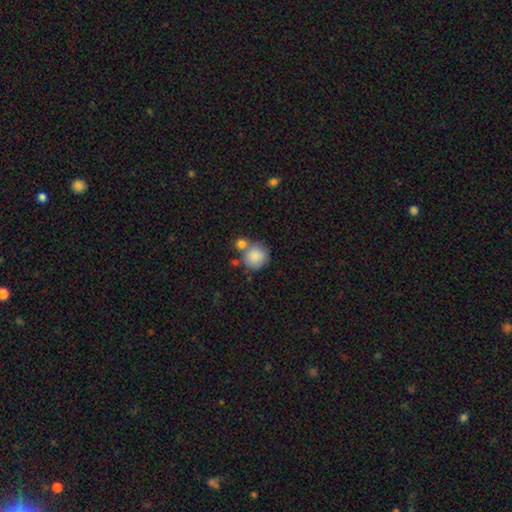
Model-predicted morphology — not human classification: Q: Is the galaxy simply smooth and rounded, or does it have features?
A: smooth — 85%.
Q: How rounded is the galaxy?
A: round — 88%.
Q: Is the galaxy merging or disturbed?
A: none — 54%.